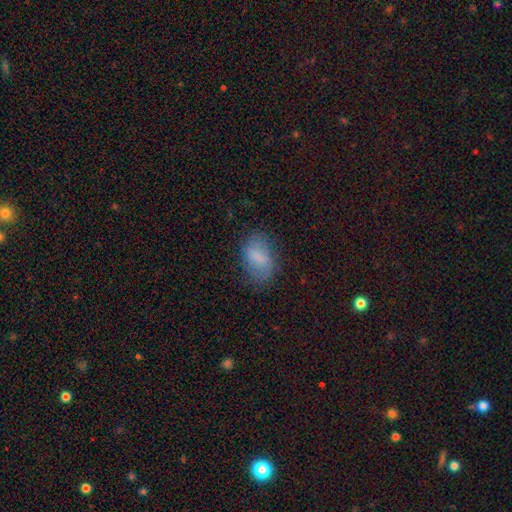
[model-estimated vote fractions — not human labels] smooth-or-featured: smooth: 71% | featured or disk: 18% | star or artifact: 10%
  how-rounded: in between: 88% | round: 10% | cigar-shaped: 2%
  merging: none: 69% | minor disturbance: 21% | major disturbance: 8% | merger: 1%